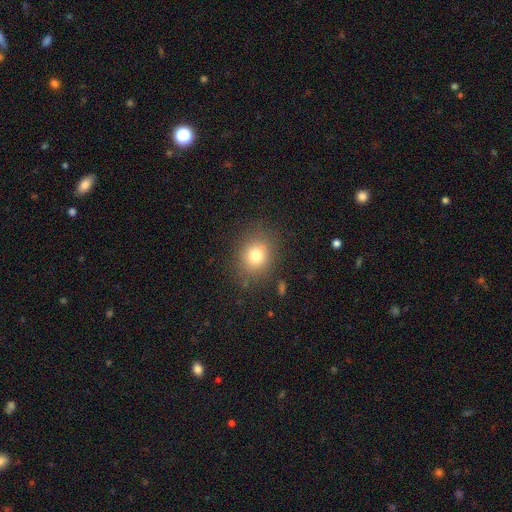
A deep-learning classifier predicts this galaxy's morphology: smooth_or_featured: smooth (p=0.77) [alt: star or artifact p=0.13]
how_rounded: round (p=0.67) [alt: in between p=0.32]
merging: none (p=0.83) [alt: minor disturbance p=0.11]